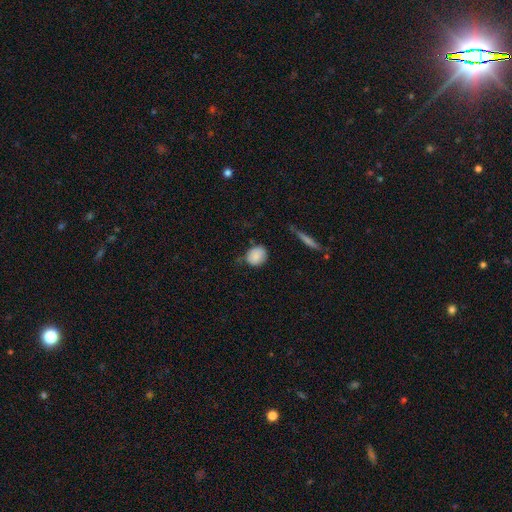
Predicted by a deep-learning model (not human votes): smooth 84%, star or artifact 8%, featured or disk 8%. Down the decision tree: how rounded — round (66%); merging — none (66%).